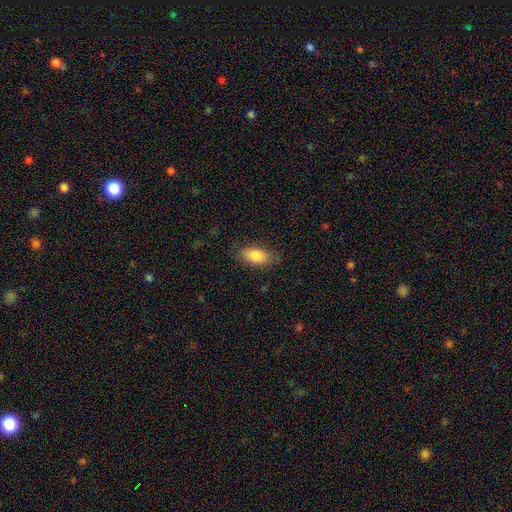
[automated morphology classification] Smooth or featured?
  - smooth: 85% *
  - featured or disk: 9%
  - star or artifact: 7%
How rounded?
  - in between: 90% *
  - cigar-shaped: 7%
  - round: 3%
Merging?
  - none: 83% *
  - minor disturbance: 13%
  - major disturbance: 3%
  - merger: 1%